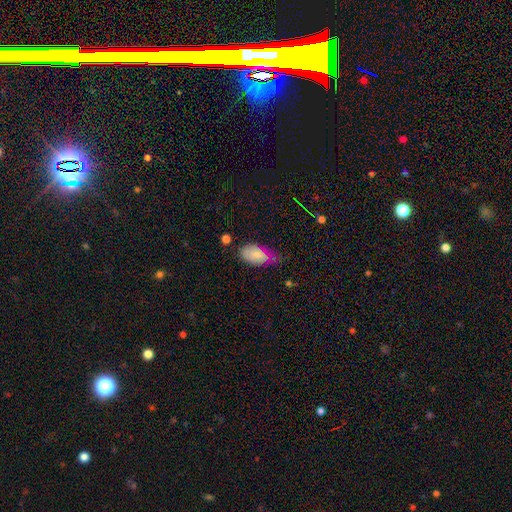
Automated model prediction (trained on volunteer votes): This is likely a smooth galaxy (65%). How rounded: clearly in between (90%). Merging: marginally none (43%).